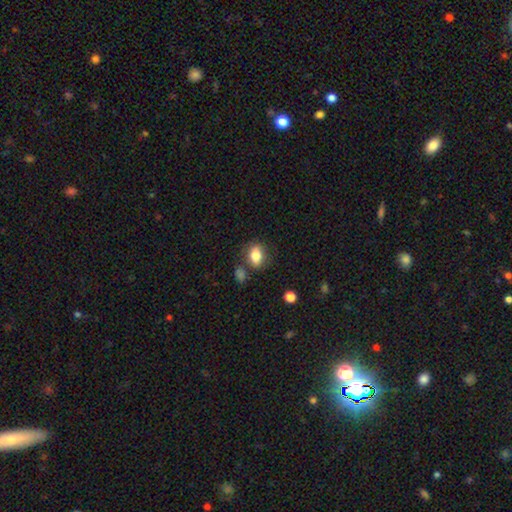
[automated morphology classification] Overall: smooth (81%). How rounded: in between (74%). Merging: none (72%).